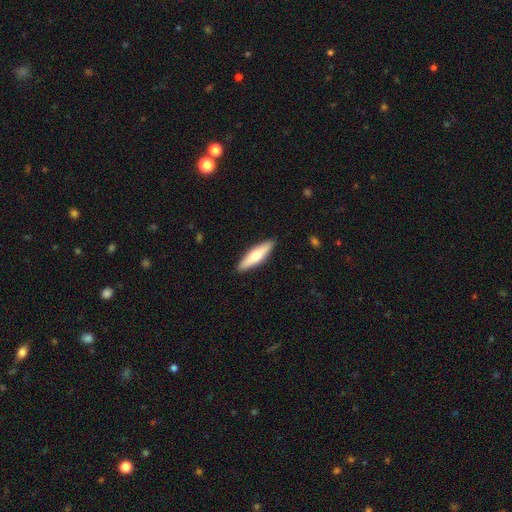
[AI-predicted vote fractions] Smooth or featured?
  - smooth: 58% *
  - featured or disk: 37%
  - star or artifact: 5%
How rounded?
  - cigar-shaped: 69% *
  - in between: 30%
  - round: 2%
Merging?
  - none: 90% *
  - minor disturbance: 7%
  - major disturbance: 2%
  - merger: 1%